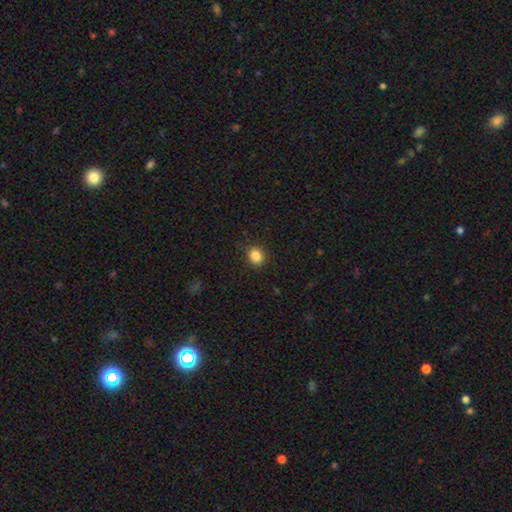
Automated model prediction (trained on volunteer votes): Q: Smooth or featured?
A: smooth (86%); runner-up: star or artifact (11%)
Q: How rounded?
A: round (72%); runner-up: in between (27%)
Q: Merging?
A: none (89%); runner-up: minor disturbance (8%)